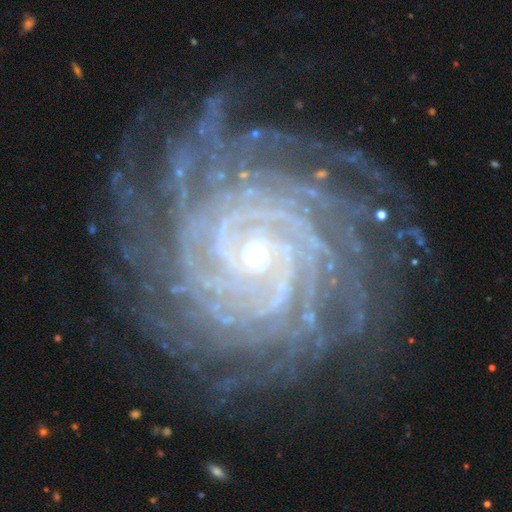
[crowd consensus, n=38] smooth-or-featured: featured or disk: 92% | star or artifact: 5% | smooth: 3%
  disk-edge-on: no: 100% | yes: 0%
    bar: no: 60% | strong: 31% | weak: 9%
    has-spiral-arms: yes: 97% | no: 3%
      spiral-winding: tight: 74% | medium: 24% | loose: 3%
      spiral-arm-count: more than 4: 65% | can't tell: 15% | 4: 12% | 2: 6% | 3: 3% | 1: 0%
    bulge-size: small: 77% | moderate: 17% | large: 3% | none: 3% | dominant: 0%
  merging: none: 89% | minor disturbance: 8% | major disturbance: 3% | merger: 0%